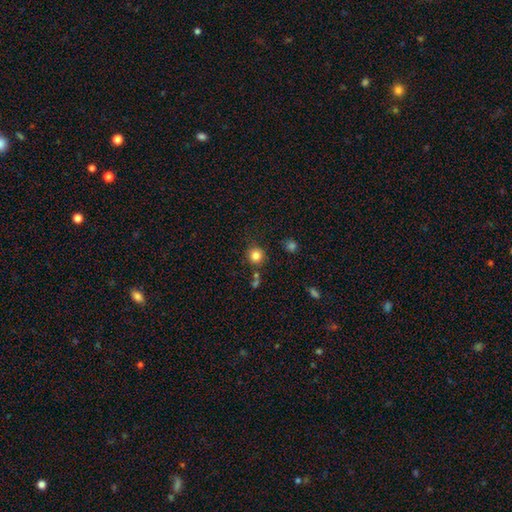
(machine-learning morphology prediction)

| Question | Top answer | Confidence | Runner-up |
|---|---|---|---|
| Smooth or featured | smooth | 83% | star or artifact (12%) |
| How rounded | round | 92% | in between (8%) |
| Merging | none | 79% | minor disturbance (10%) |